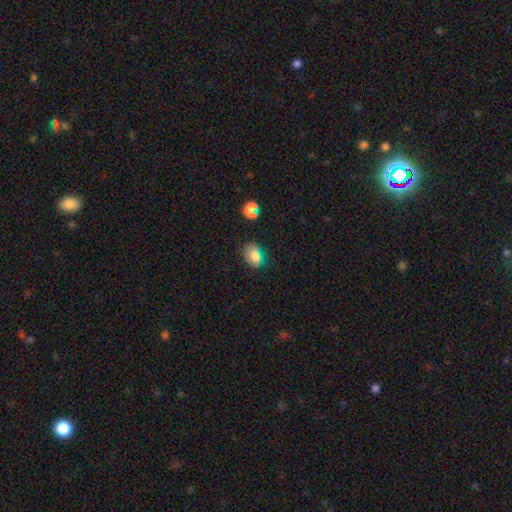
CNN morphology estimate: Overall: smooth (73%). How rounded: in between (64%; round 35%). Merging: none (72%).